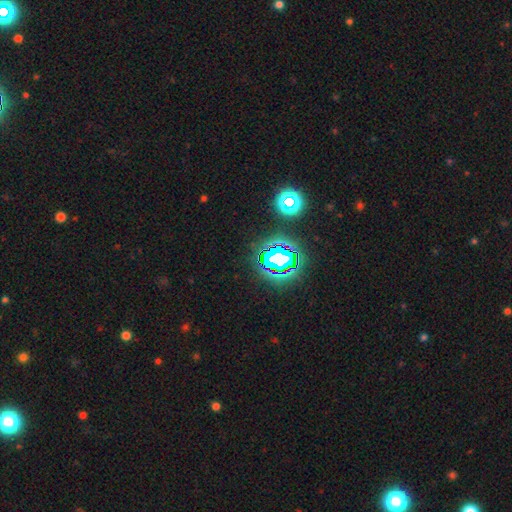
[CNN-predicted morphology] The model was most divided on "smooth or featured": star or artifact: 80%, smooth: 13%, featured or disk: 7%.